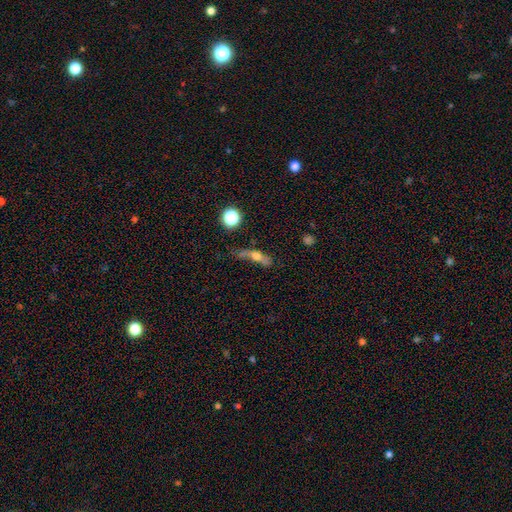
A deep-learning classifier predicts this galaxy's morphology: type=smooth (53%); roundness=cigar-shaped (49%); merging=none (38%).